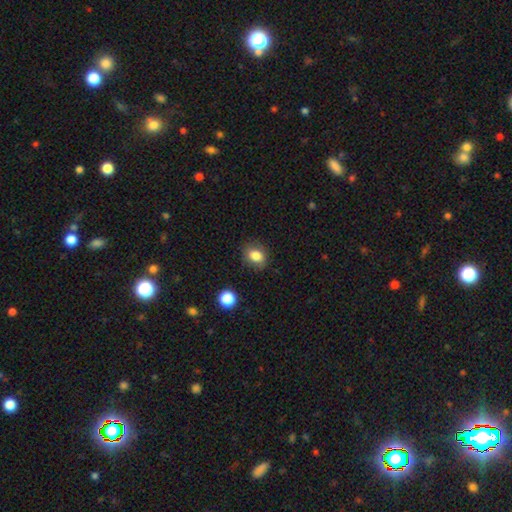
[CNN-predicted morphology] type=smooth (82%); roundness=in between (51%); merging=none (79%).